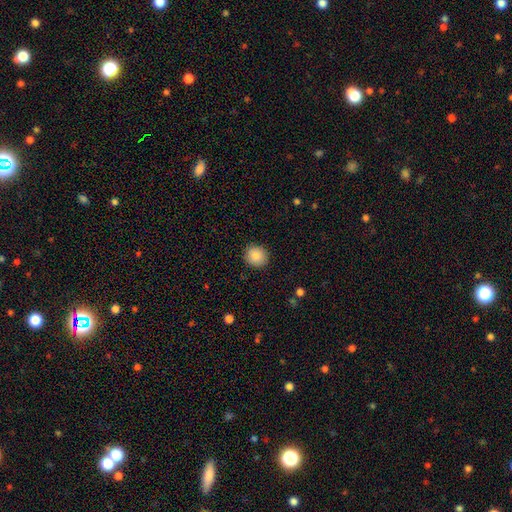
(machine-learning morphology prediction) smooth 87%, star or artifact 8%, featured or disk 5%. Down the decision tree: how rounded — round (85%); merging — none (90%).